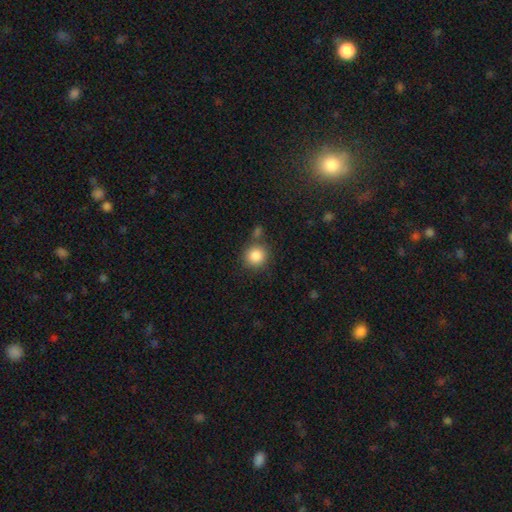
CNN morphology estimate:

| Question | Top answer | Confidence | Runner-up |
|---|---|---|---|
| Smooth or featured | smooth | 86% | star or artifact (9%) |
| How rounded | round | 89% | in between (10%) |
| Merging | none | 73% | merger (12%) |